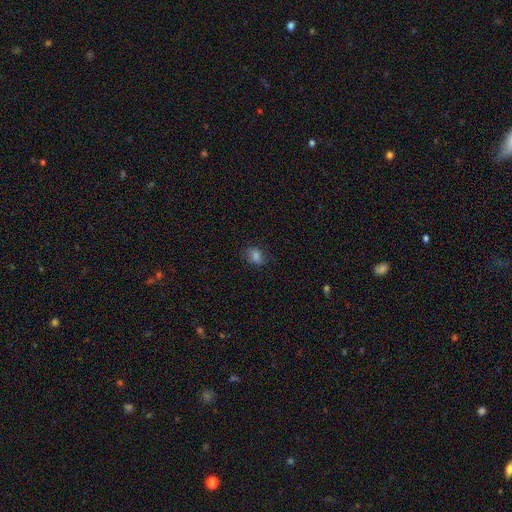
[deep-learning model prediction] smooth_or_featured: smooth (p=0.78) [alt: star or artifact p=0.15]
how_rounded: in between (p=0.60) [alt: round p=0.39]
merging: none (p=0.79) [alt: minor disturbance p=0.15]